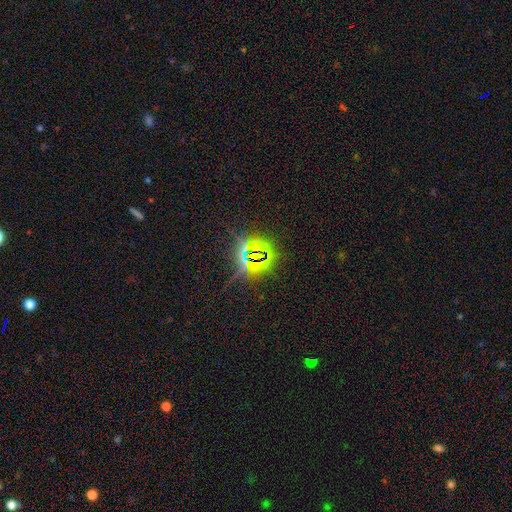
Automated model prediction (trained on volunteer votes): Morphology: type=star or artifact (81%).